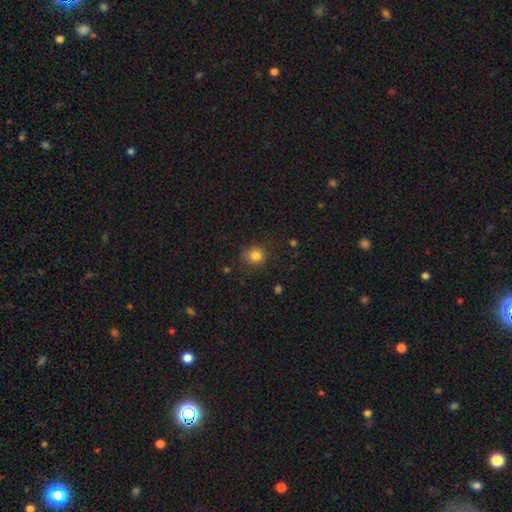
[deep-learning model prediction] A smooth galaxy with no disk features (82%) that is round (85%). Merging: none (77%).